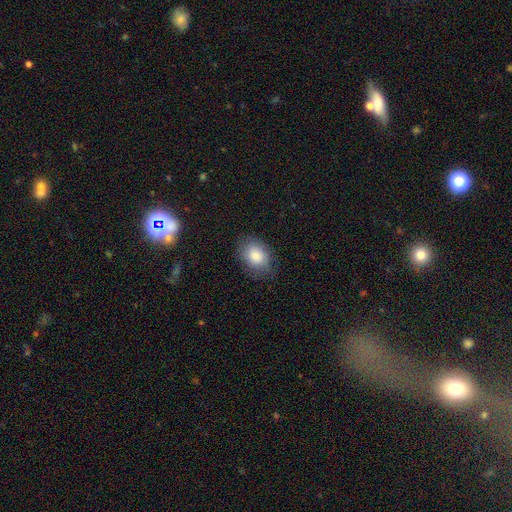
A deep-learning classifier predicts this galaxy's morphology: Smooth or featured? smooth (84%)
How rounded? in between (74%)
Merging? none (76%)